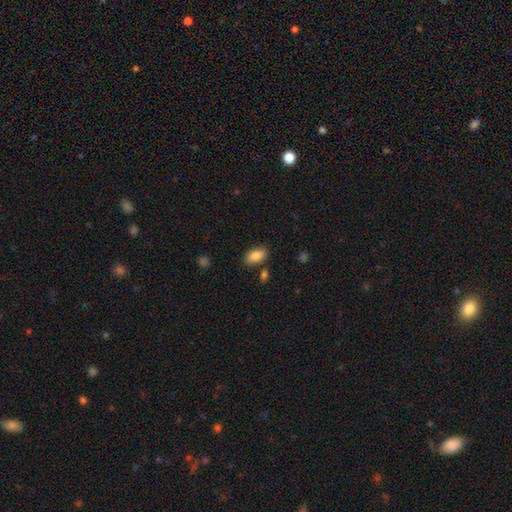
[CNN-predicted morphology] A smooth galaxy with no disk features (85%) that is in between round and cigar-shaped (92%).

Vote fractions:
- Smooth or featured? smooth: 85% / featured or disk: 8% / star or artifact: 7%
- How rounded? in between: 92% / cigar-shaped: 5% / round: 3%
- Merging? none: 81% / minor disturbance: 12% / merger: 5% / major disturbance: 3%